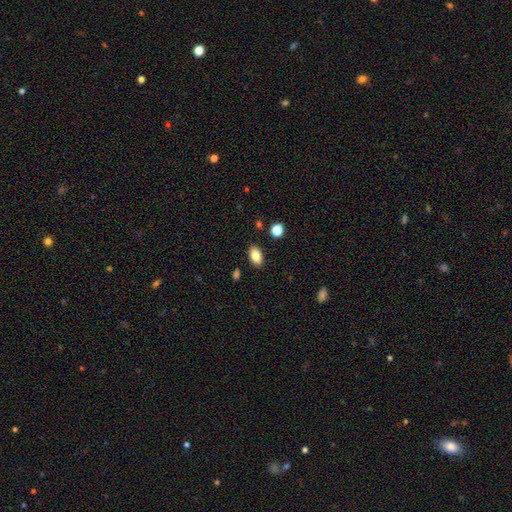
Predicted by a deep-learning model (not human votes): smooth 83%, star or artifact 9%, featured or disk 8%. Down the decision tree: how rounded — in between (91%); merging — none (87%).